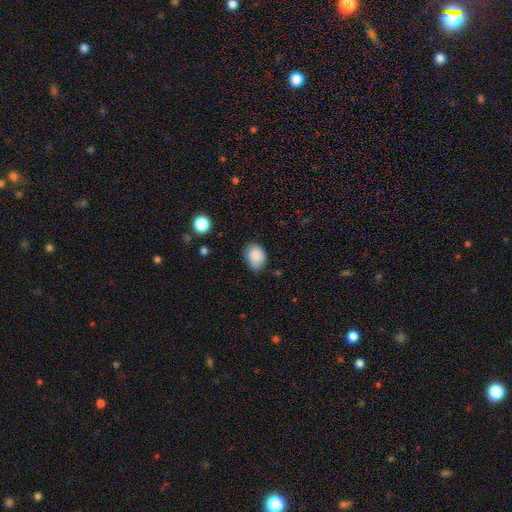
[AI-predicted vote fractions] A smooth galaxy with no disk features (86%) that is in between round and cigar-shaped (68%).

Vote fractions:
- Smooth or featured? smooth: 86% / star or artifact: 8% / featured or disk: 6%
- How rounded? in between: 68% / round: 31% / cigar-shaped: 1%
- Merging? none: 65% / minor disturbance: 28% / major disturbance: 5% / merger: 2%